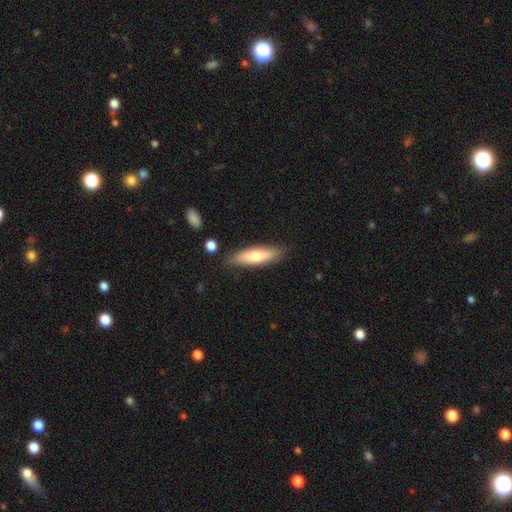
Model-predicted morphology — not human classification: This is likely a smooth galaxy (69%). How rounded: likely cigar-shaped (63%). Merging: clearly none (83%).